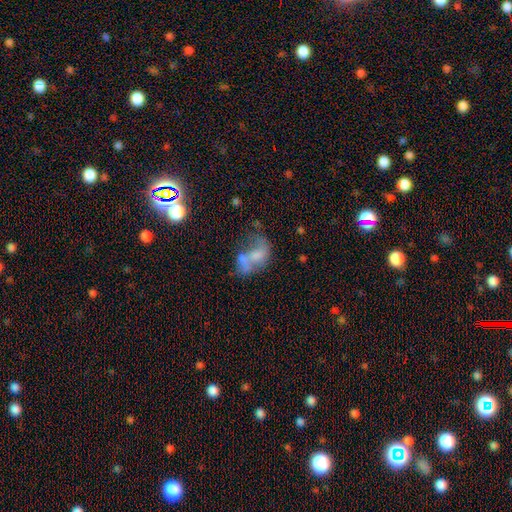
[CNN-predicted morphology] This appears to be a smooth galaxy with no disk features (43%). Merging: merger (48%).